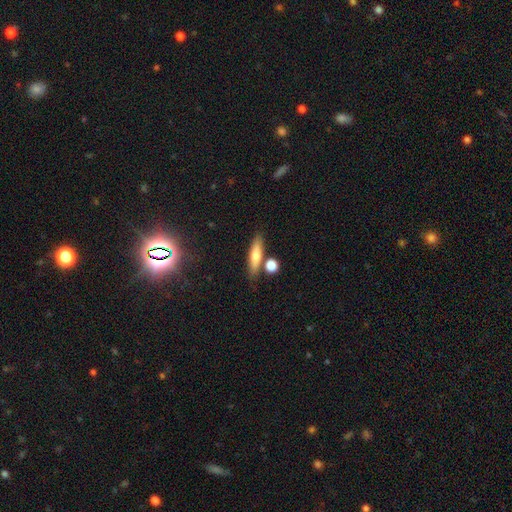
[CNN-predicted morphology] smooth-or-featured: smooth: 66% | featured or disk: 26% | star or artifact: 8%
  how-rounded: cigar-shaped: 67% | in between: 28% | round: 5%
  merging: none: 73% | merger: 13% | minor disturbance: 11% | major disturbance: 3%